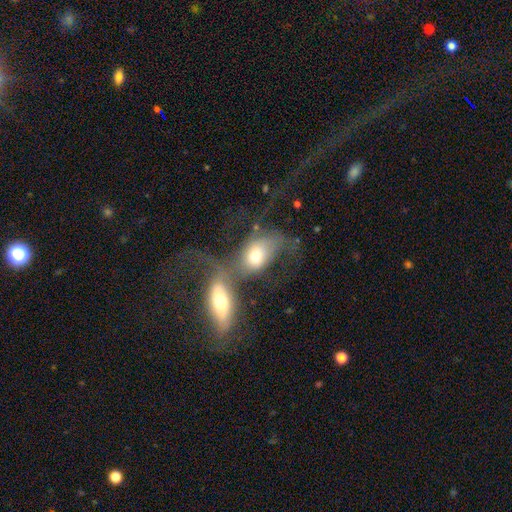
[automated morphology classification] This is possibly a smooth galaxy (49%). Merging: likely merger (69%).